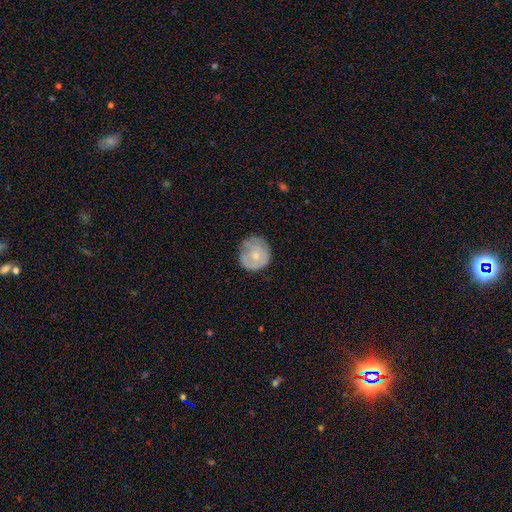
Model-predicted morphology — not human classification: smooth 65%, featured or disk 29%, star or artifact 7%. Down the decision tree: how rounded — round (91%); merging — none (71%).